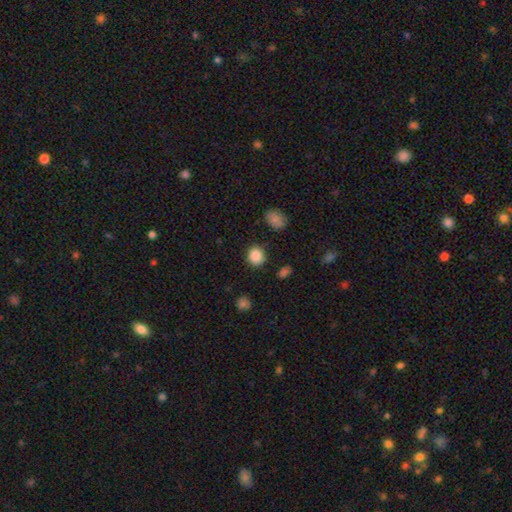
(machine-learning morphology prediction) The model was most divided on "how rounded": round: 81%, in between: 18%, cigar-shaped: 1%. More confident: smooth or featured — smooth (86%); merging — none (86%).